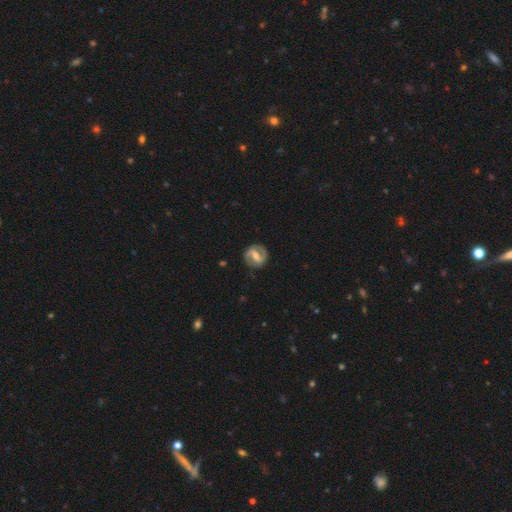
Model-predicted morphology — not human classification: Smooth or featured? featured or disk (85%)
Edge-on disk? no (97%)
Bar? strong (51%)
Spiral arms? yes (93%)
Spiral winding? medium (49%)
Spiral arm count? 2 (92%)
Bulge size? moderate (54%)
Merging? none (85%)